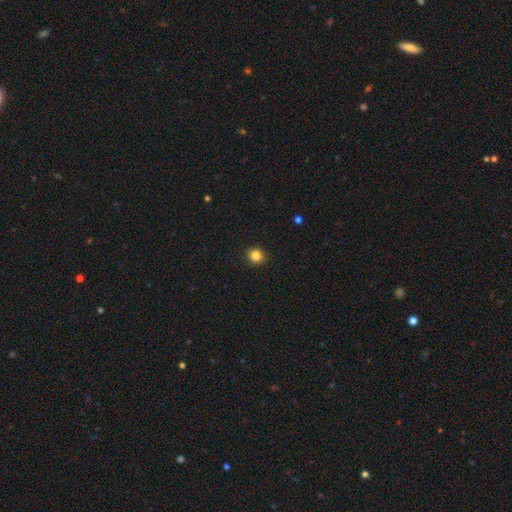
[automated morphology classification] smooth_or_featured: smooth (p=0.84) [alt: star or artifact p=0.11]
how_rounded: round (p=0.88) [alt: in between p=0.11]
merging: none (p=0.92) [alt: minor disturbance p=0.05]